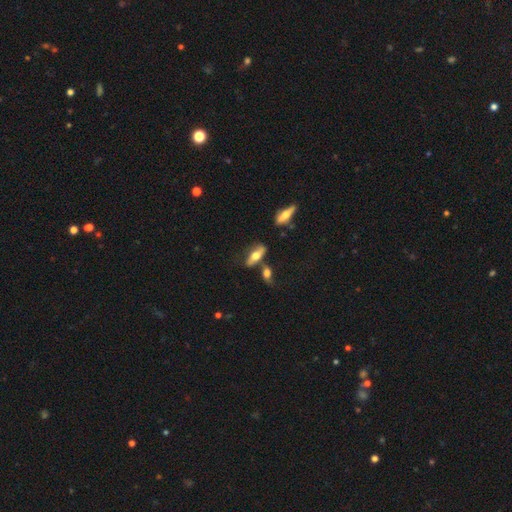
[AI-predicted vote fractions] smooth 49%, featured or disk 43%, star or artifact 8%. Down the decision tree: merging — none (58%).